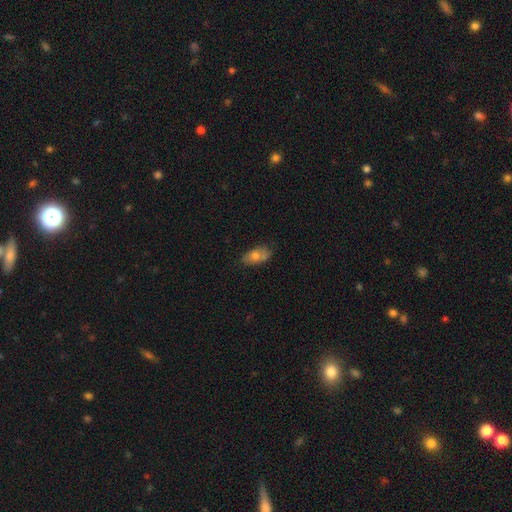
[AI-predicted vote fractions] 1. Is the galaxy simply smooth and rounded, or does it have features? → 66% smooth, 25% featured or disk, 8% star or artifact.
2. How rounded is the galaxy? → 88% in between, 7% cigar-shaped, 5% round.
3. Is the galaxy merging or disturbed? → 65% none, 24% minor disturbance, 6% merger, 5% major disturbance.